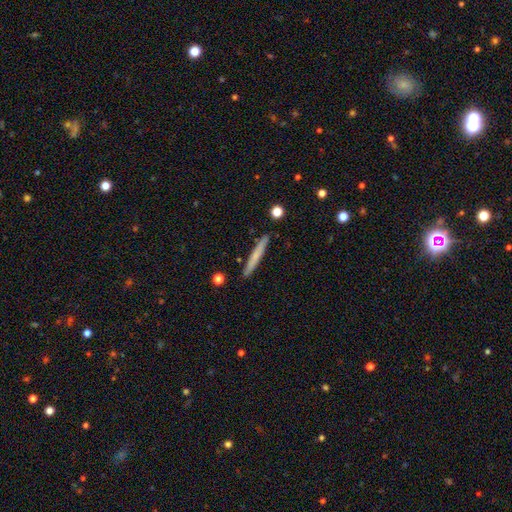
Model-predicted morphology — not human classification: Smooth or featured? smooth (61%)
How rounded? cigar-shaped (96%)
Merging? none (90%)